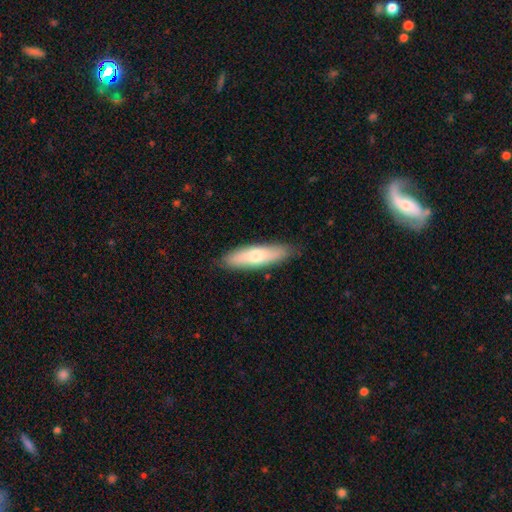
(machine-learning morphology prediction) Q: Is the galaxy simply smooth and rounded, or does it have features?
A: smooth — 66%.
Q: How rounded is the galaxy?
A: cigar-shaped — 63%.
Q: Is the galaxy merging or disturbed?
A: none — 86%.